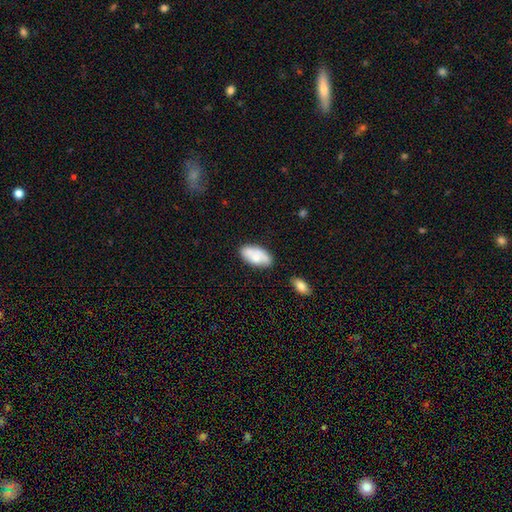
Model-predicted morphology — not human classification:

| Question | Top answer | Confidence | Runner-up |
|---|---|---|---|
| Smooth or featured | smooth | 61% | featured or disk (32%) |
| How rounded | in between | 93% | cigar-shaped (3%) |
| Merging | none | 65% | minor disturbance (21%) |